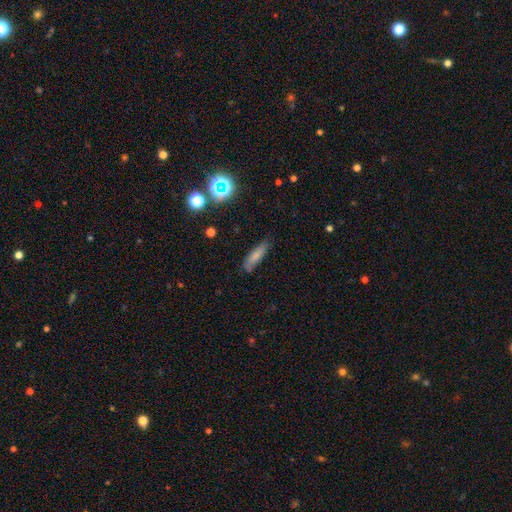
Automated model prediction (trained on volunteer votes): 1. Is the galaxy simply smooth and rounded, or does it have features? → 76% smooth, 15% featured or disk, 10% star or artifact.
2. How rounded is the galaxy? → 59% cigar-shaped, 38% in between, 2% round.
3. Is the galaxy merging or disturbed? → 75% none, 19% minor disturbance, 4% major disturbance, 2% merger.